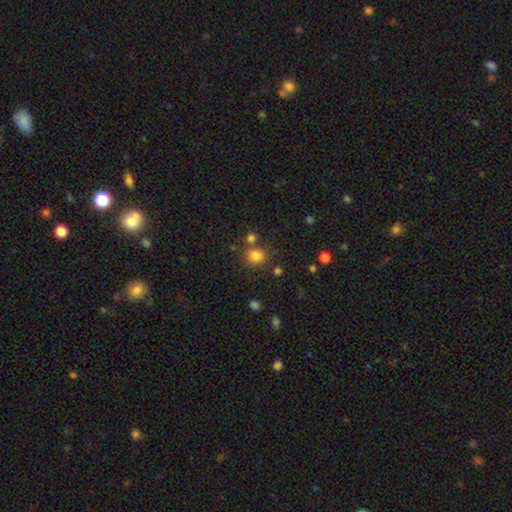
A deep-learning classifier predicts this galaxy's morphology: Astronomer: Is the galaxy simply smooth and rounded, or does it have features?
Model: smooth — 81%.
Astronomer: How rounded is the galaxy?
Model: round — 82%.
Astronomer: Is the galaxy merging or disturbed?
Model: none — 74%.